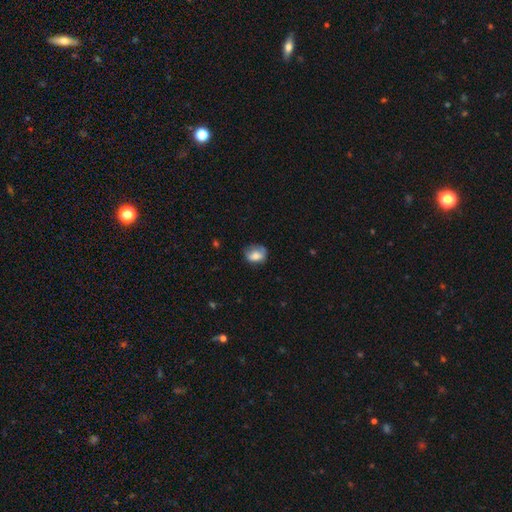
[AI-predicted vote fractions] This is likely a smooth galaxy (72%). How rounded: possibly in between (59%). Merging: possibly none (49%).